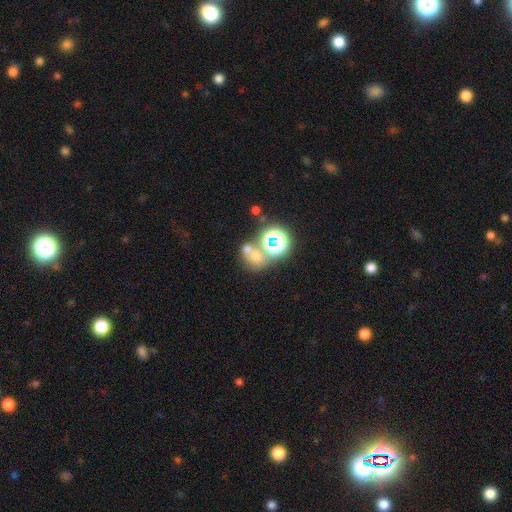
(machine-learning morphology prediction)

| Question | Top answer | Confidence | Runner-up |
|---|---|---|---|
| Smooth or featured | smooth | 50% | star or artifact (34%) |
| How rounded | round | 66% | in between (33%) |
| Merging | merger | 44% | none (40%) |